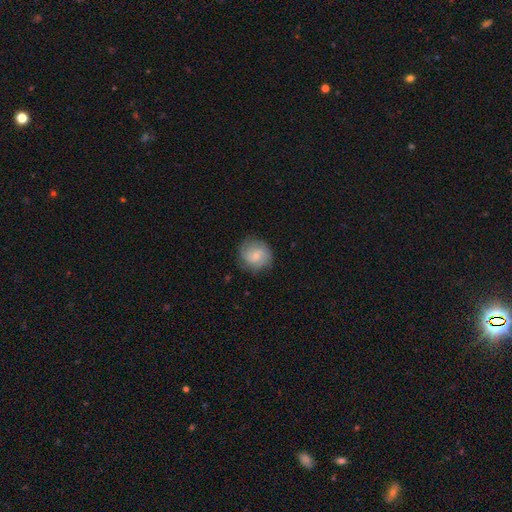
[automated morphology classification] A smooth galaxy with no disk features (49%). Merging: none (78%).